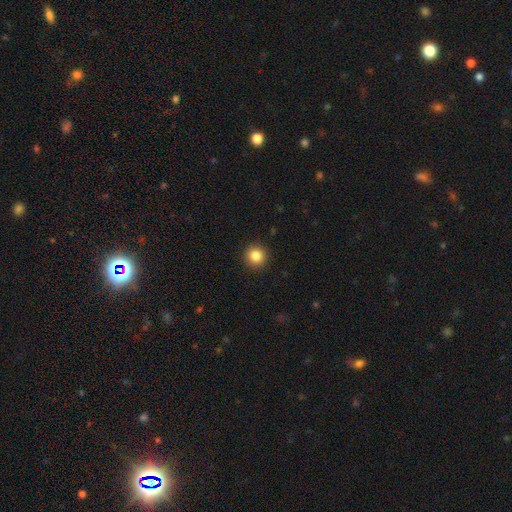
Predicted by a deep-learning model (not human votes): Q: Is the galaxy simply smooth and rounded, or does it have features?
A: smooth — 85%.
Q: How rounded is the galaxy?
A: round — 94%.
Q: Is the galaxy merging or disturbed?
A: none — 92%.